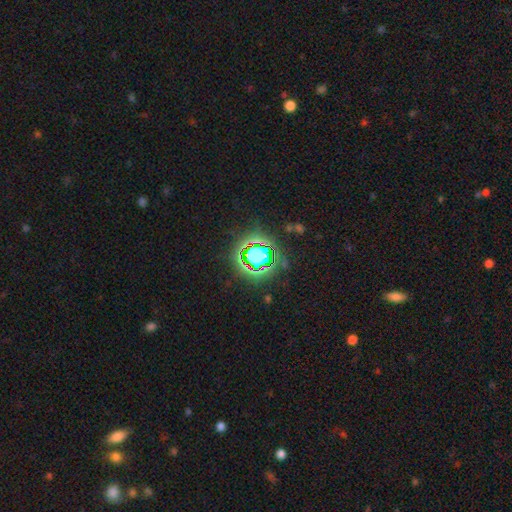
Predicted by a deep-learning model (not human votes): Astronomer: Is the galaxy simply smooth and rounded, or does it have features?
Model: star or artifact — 68%.